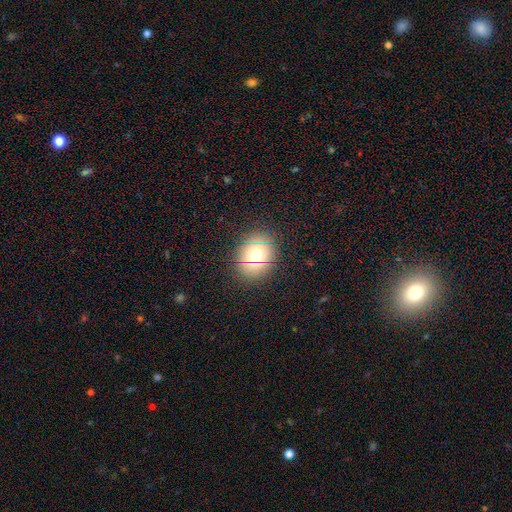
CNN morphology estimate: A smooth galaxy with no disk features (65%) that is round (64%). Merging: none (86%).